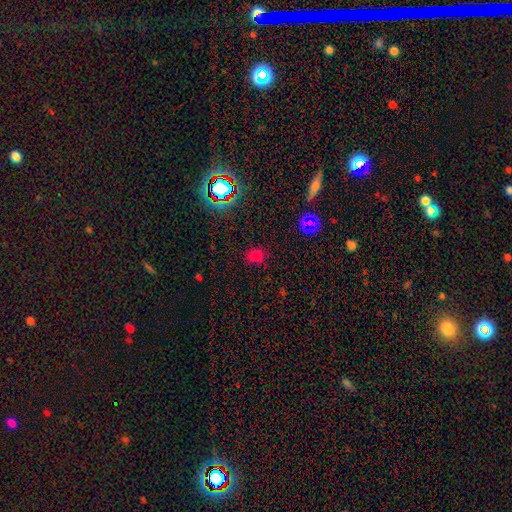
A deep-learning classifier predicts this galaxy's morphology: Smooth or featured? Predicted: smooth (p=0.72). How rounded? Predicted: round (p=0.80). Merging? Predicted: none (p=0.85).